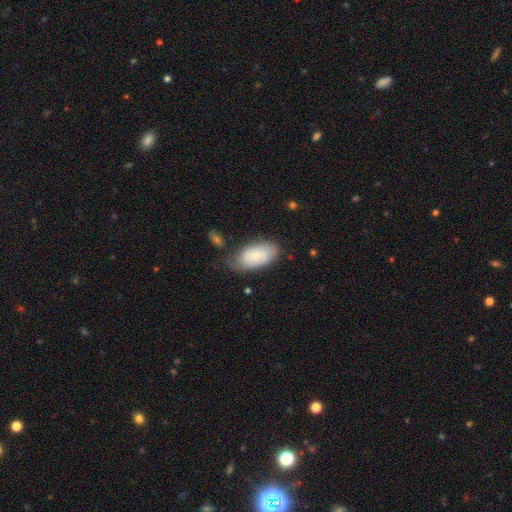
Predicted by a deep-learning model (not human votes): smooth-or-featured: smooth: 65% | featured or disk: 29% | star or artifact: 6%
  how-rounded: in between: 93% | round: 4% | cigar-shaped: 3%
  merging: none: 62% | minor disturbance: 26% | major disturbance: 7% | merger: 5%